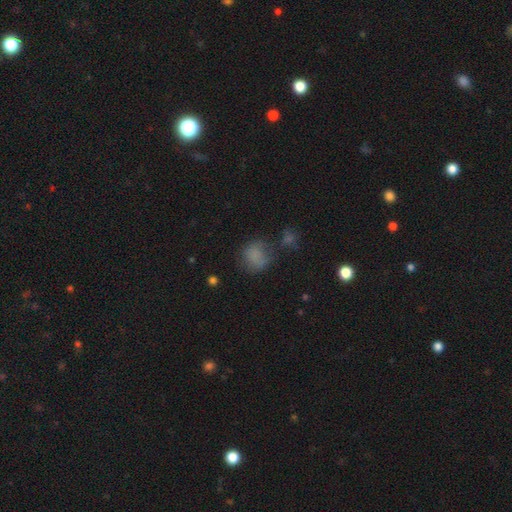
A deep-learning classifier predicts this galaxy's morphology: Q: Smooth or featured?
A: smooth (75%); runner-up: star or artifact (14%)
Q: How rounded?
A: round (74%); runner-up: in between (25%)
Q: Merging?
A: none (51%); runner-up: minor disturbance (23%)